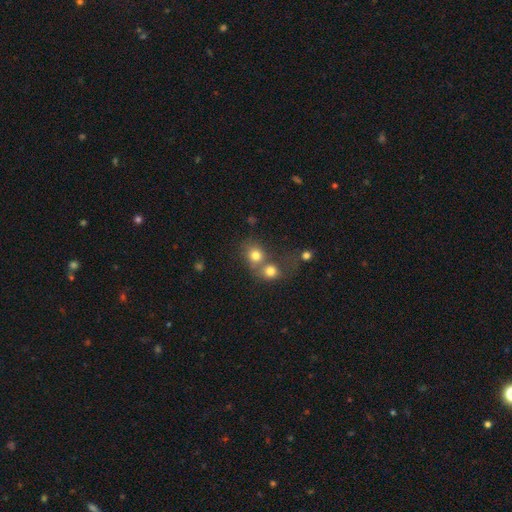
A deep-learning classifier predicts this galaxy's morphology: smooth_or_featured: smooth (p=0.77) [alt: star or artifact p=0.13]
how_rounded: round (p=0.78) [alt: in between p=0.21]
merging: merger (p=0.51) [alt: none p=0.37]